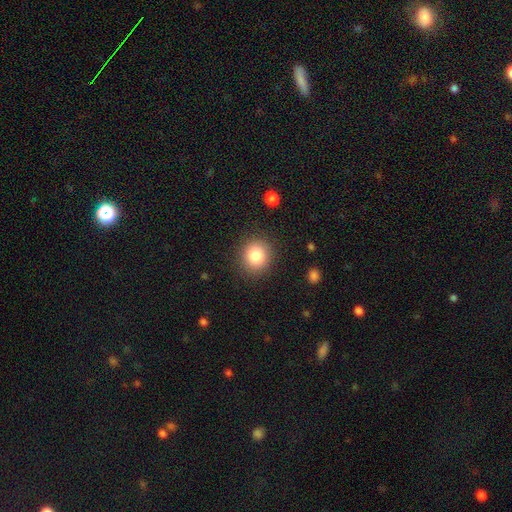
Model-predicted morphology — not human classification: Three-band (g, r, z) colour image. It shows a smooth galaxy with no disk features (83%) that is round (85%). Merging: none (88%).